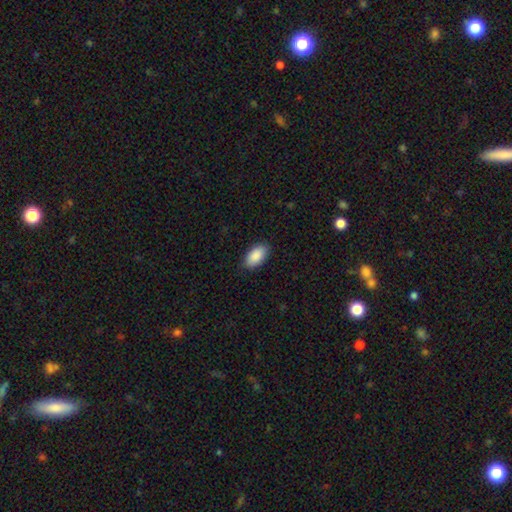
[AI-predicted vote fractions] Smooth or featured? smooth (90%)
How rounded? in between (95%)
Merging? none (87%)